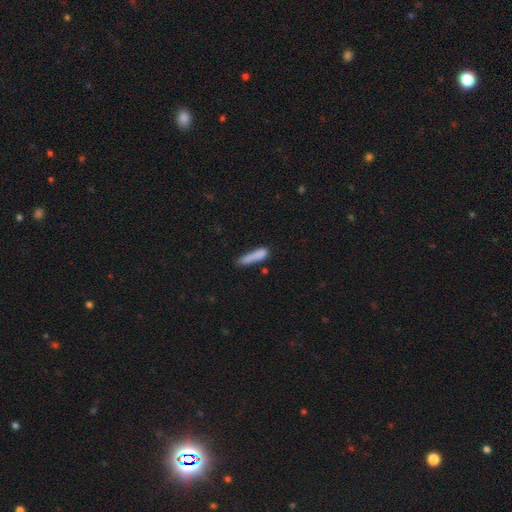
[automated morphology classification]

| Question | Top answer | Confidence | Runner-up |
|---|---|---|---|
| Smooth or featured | smooth | 80% | featured or disk (12%) |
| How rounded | cigar-shaped | 80% | in between (18%) |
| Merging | none | 53% | minor disturbance (26%) |